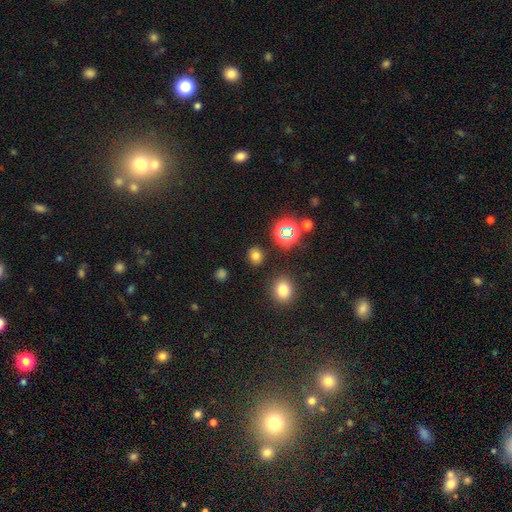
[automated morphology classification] type=smooth (72%); roundness=round (73%); merging=none (87%).